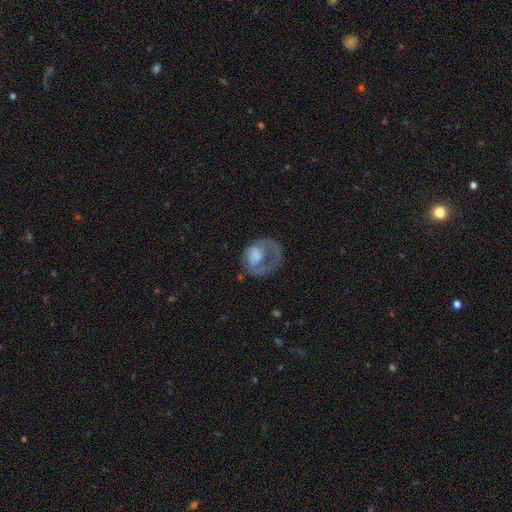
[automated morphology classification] Q: Smooth or featured?
A: featured or disk (47%); runner-up: smooth (45%)
Q: Merging?
A: major disturbance (50%); runner-up: none (29%)